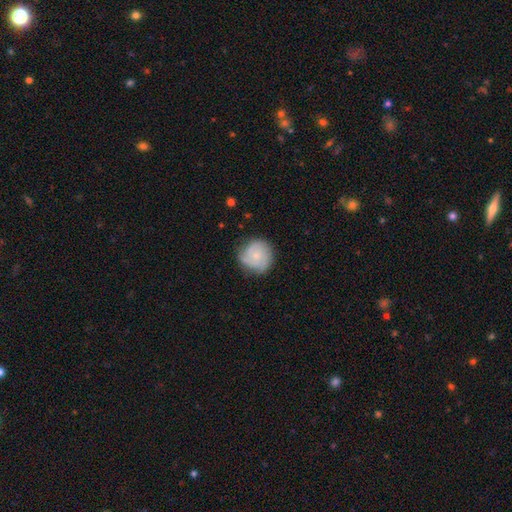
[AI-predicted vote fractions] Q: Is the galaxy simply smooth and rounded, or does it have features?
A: smooth — 53%.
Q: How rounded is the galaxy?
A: round — 90%.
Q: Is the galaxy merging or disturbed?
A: none — 68%.